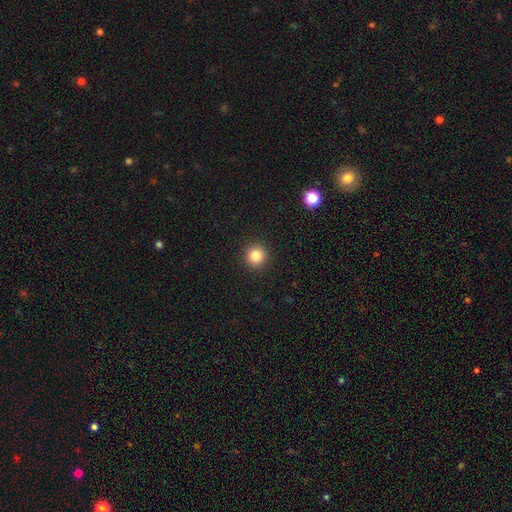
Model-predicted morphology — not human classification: smooth-or-featured: smooth: 84% | star or artifact: 11% | featured or disk: 5%
  how-rounded: round: 94% | in between: 5% | cigar-shaped: 1%
  merging: none: 93% | minor disturbance: 5% | major disturbance: 2% | merger: 1%